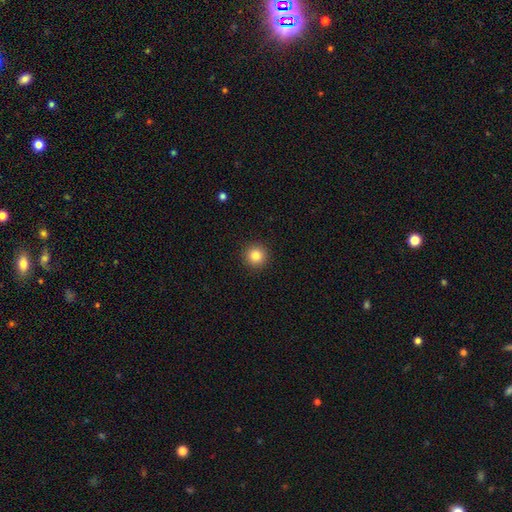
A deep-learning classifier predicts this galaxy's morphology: The model was most divided on "smooth or featured": smooth: 84%, star or artifact: 11%, featured or disk: 5%. More confident: how rounded — round (96%); merging — none (93%).